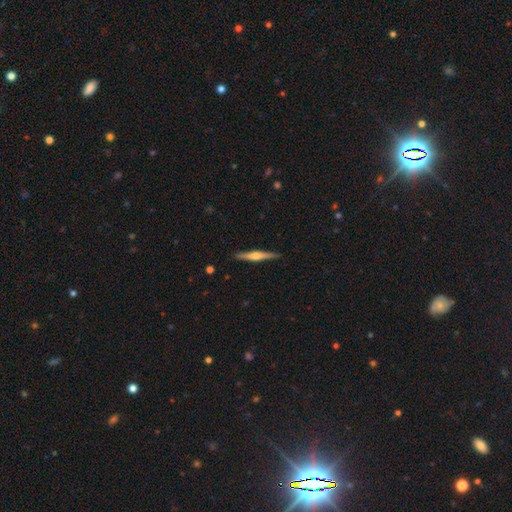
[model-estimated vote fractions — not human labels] Smooth or featured?
  - featured or disk: 67% *
  - smooth: 27%
  - star or artifact: 5%
Edge-on disk?
  - yes: 98% *
  - no: 2%
Edge-on bulge?
  - rounded: 88% *
  - none: 6%
  - boxy: 6%
Merging?
  - none: 90% *
  - minor disturbance: 7%
  - major disturbance: 1%
  - merger: 1%